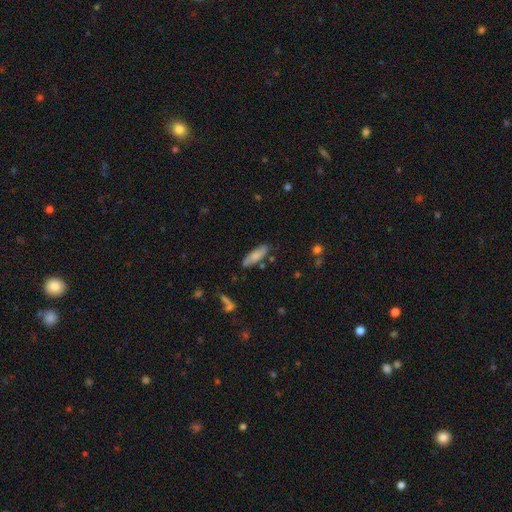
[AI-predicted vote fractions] Smooth or featured? Predicted: smooth (p=0.79). How rounded? Predicted: in between (p=0.50). Merging? Predicted: none (p=0.82).